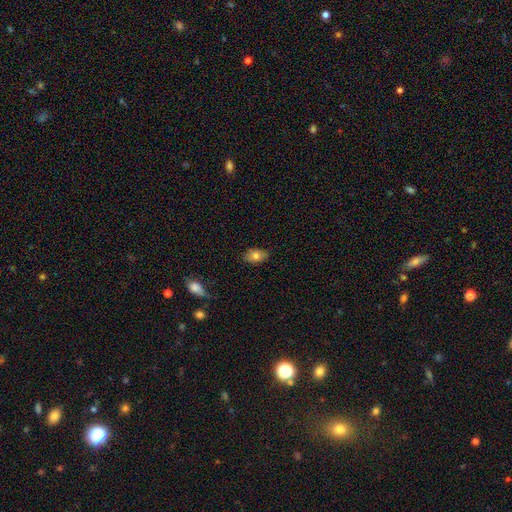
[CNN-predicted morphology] This is likely a smooth galaxy (78%). How rounded: clearly in between (88%). Merging: clearly none (84%).